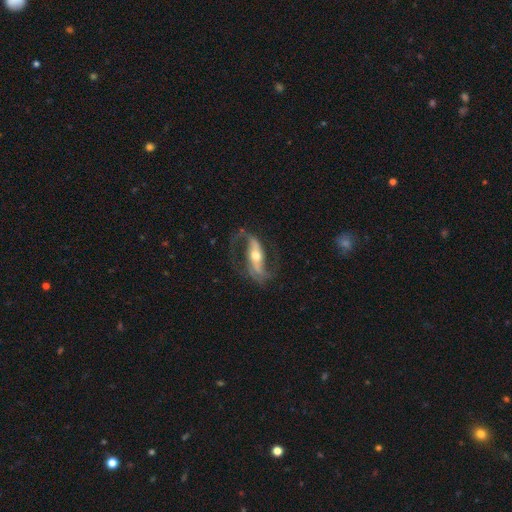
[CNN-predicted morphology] This is clearly a featured or disk galaxy (87%). It is clearly not viewed edge-on (90%). Bar: possibly strong (54%). Spiral arm pattern: clearly yes (95%). Spiral arm count: clearly 2 (90%). Spiral winding: possibly loose (50%). Central bulge: likely moderate (63%). Merging: likely none (69%).